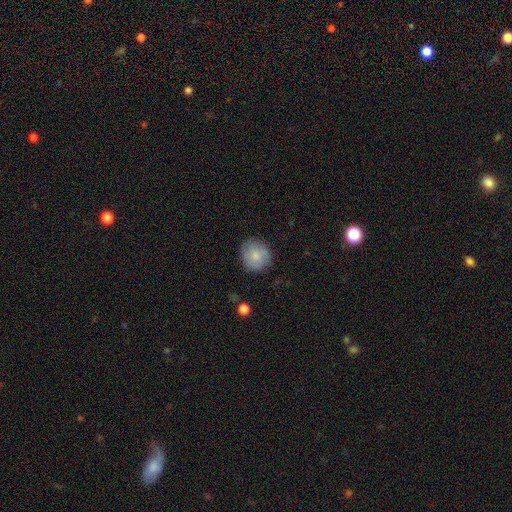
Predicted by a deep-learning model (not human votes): Smooth or featured: smooth — 76% (featured or disk — 17%)
How rounded: round — 88% (in between — 12%)
Merging: none — 82% (minor disturbance — 14%)